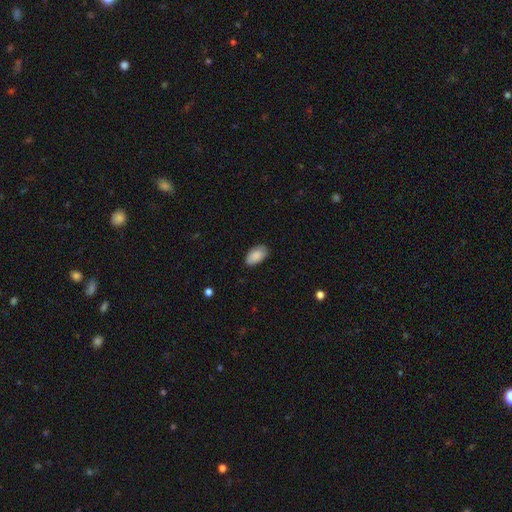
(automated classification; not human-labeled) Morphology: type=smooth (89%); roundness=in between (95%); merging=none (81%).